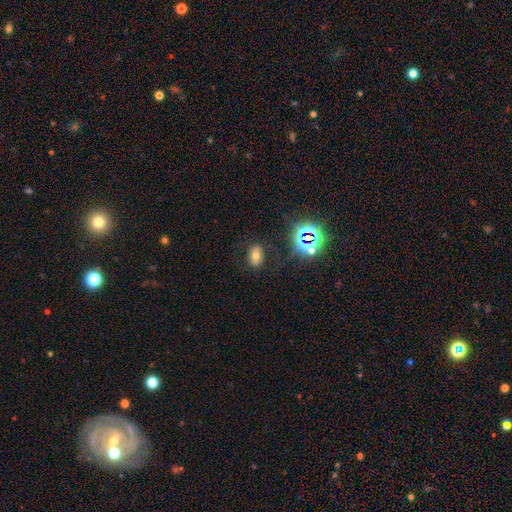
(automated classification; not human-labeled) Overall: smooth (54%; star or artifact 26%). How rounded: in between (79%). Merging: none (82%).